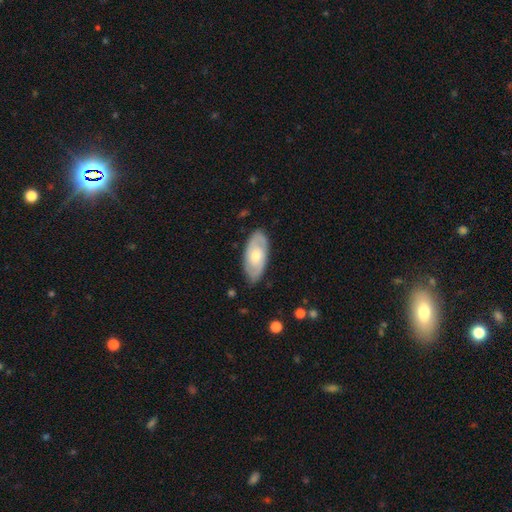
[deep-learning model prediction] This is likely a featured or disk galaxy (61%). It is clearly not viewed edge-on (89%). Bar: likely no (72%). Spiral arm pattern: likely yes (72%). Central bulge: likely moderate (62%). Merging: clearly none (84%).